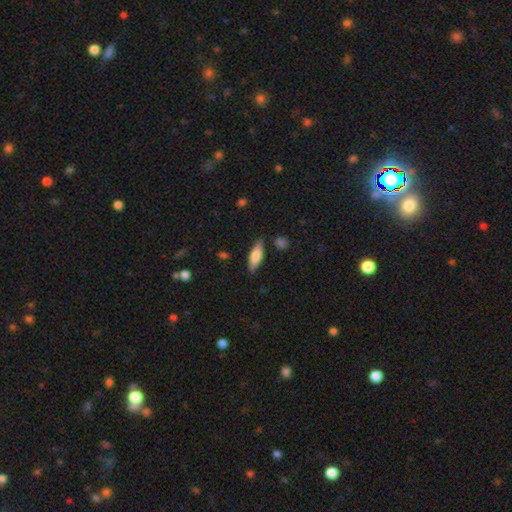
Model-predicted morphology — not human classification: Q: Smooth or featured?
A: smooth (71%); runner-up: featured or disk (23%)
Q: How rounded?
A: in between (53%); runner-up: cigar-shaped (45%)
Q: Merging?
A: none (84%); runner-up: minor disturbance (12%)